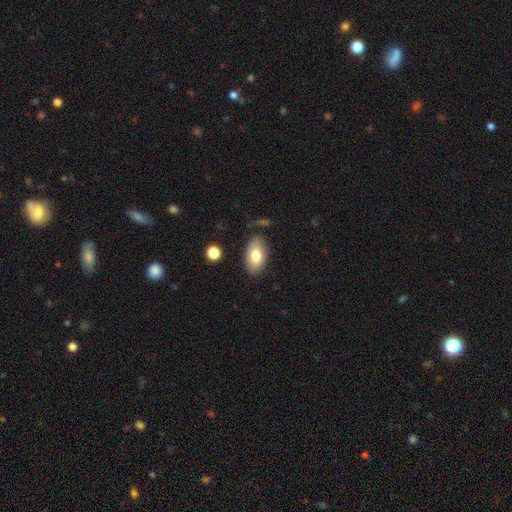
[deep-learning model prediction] smooth_or_featured: smooth (p=0.79) [alt: featured or disk p=0.14]
how_rounded: in between (p=0.92) [alt: round p=0.06]
merging: none (p=0.81) [alt: minor disturbance p=0.13]